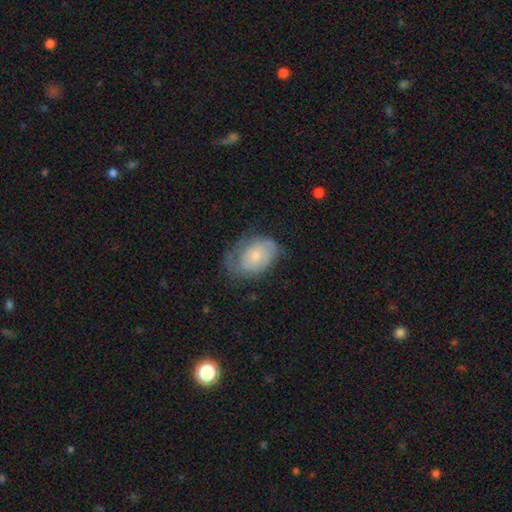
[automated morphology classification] Smooth or featured?
  - smooth: 50% *
  - featured or disk: 43%
  - star or artifact: 7%
Merging?
  - none: 49% *
  - minor disturbance: 32%
  - major disturbance: 18%
  - merger: 2%